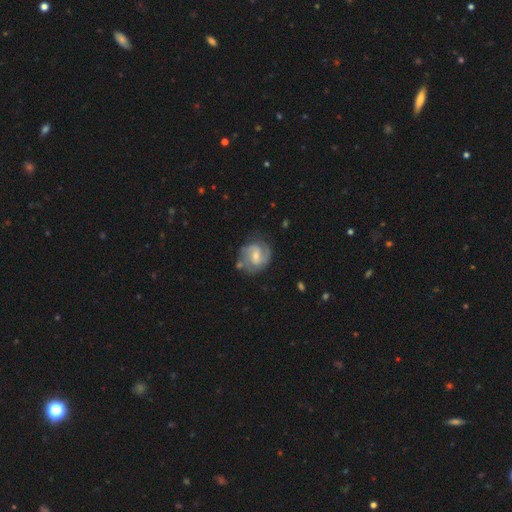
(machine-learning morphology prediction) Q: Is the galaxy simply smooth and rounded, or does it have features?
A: featured or disk — 80%.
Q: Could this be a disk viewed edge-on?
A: no — 98%.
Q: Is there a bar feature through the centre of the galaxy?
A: weak — 56%.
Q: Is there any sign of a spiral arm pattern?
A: yes — 94%.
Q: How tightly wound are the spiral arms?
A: medium — 47%.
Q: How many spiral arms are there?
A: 2 — 77%.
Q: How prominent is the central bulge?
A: small — 51%.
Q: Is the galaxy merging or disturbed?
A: none — 68%.